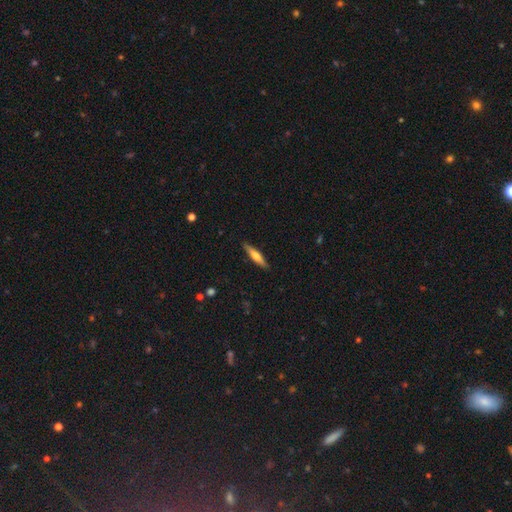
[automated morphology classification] Smooth or featured? smooth (51%)
How rounded? cigar-shaped (85%)
Merging? none (89%)